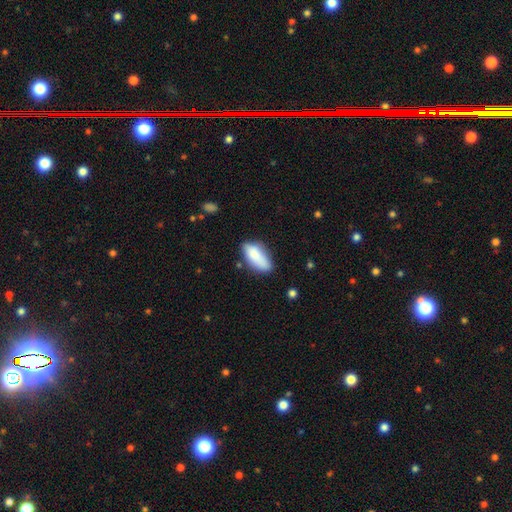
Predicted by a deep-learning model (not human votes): A smooth galaxy with no disk features (81%) that is in between round and cigar-shaped (85%).

Vote fractions:
- Smooth or featured? smooth: 81% / featured or disk: 12% / star or artifact: 7%
- How rounded? in between: 85% / cigar-shaped: 13% / round: 2%
- Merging? none: 61% / minor disturbance: 26% / major disturbance: 7% / merger: 6%